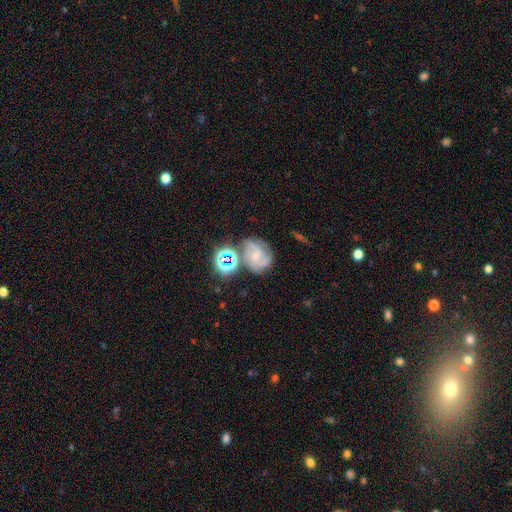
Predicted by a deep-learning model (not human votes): Overall: featured or disk (68%). Edge-on disk: no (97%). Bar: no (60%; weak 32%). Spiral arms: yes (94%). Spiral arm count: 3 (43%; 2 21%). Spiral winding: tight (46%; medium 43%). Bulge size: small (65%; moderate 29%). Merging: none (60%).